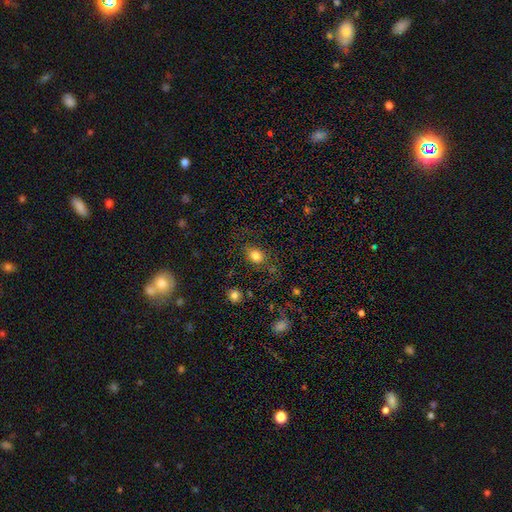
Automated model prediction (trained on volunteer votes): Smooth or featured? smooth (81%)
How rounded? in between (63%)
Merging? none (77%)